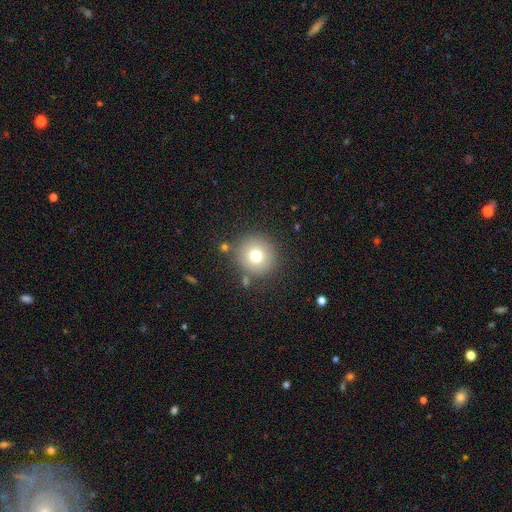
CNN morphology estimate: This appears to be a smooth galaxy with no disk features (73%) that is round (94%). Merging: none (83%).